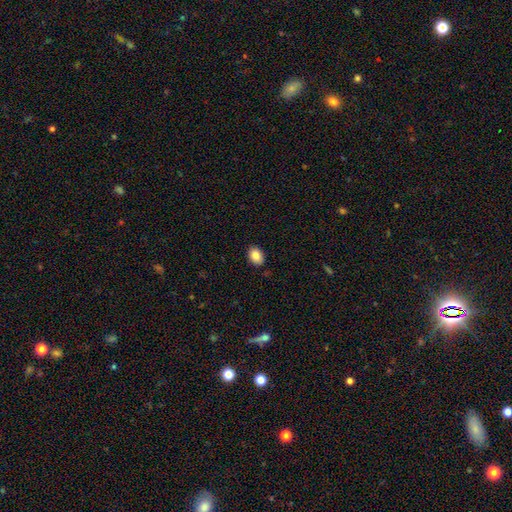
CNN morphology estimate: A smooth galaxy with no disk features (84%) that is in between round and cigar-shaped (78%). Merging: none (88%).